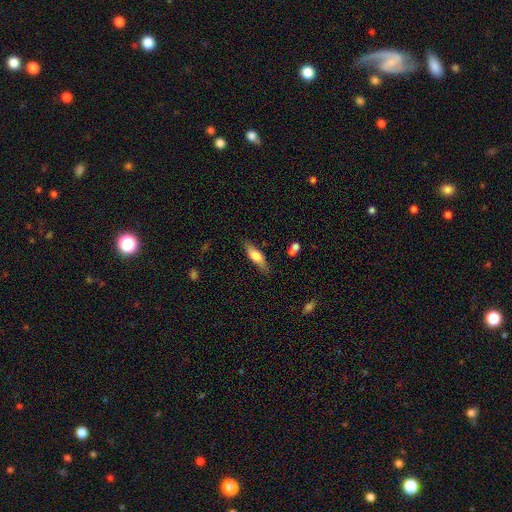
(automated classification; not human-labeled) This is likely a smooth galaxy (68%). How rounded: possibly cigar-shaped (54%). Merging: likely none (80%).